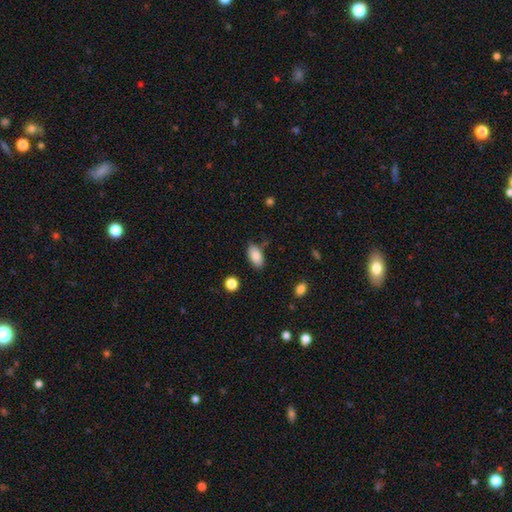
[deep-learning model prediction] Smooth or featured: smooth — 83% (featured or disk — 9%)
How rounded: in between — 92% (cigar-shaped — 4%)
Merging: none — 77% (minor disturbance — 16%)